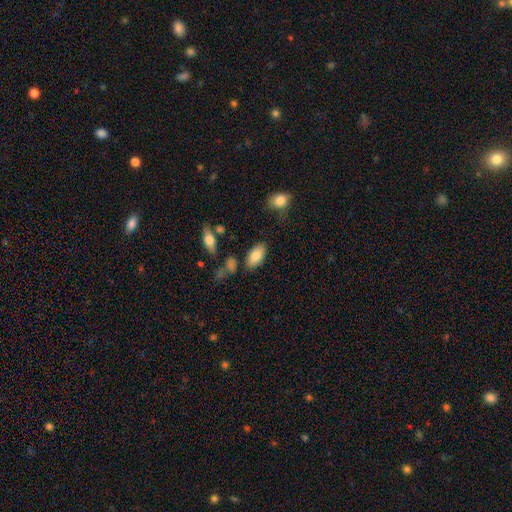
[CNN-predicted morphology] Smooth or featured? Predicted: smooth (p=0.81). How rounded? Predicted: in between (p=0.93). Merging? Predicted: none (p=0.79).